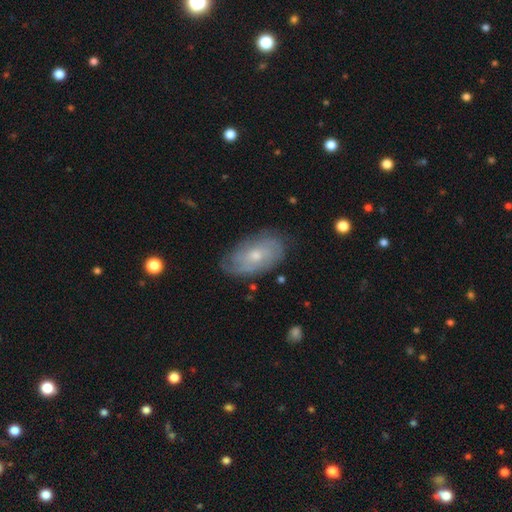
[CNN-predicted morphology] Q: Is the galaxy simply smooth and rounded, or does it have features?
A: featured or disk — 67%.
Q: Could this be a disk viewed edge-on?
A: no — 94%.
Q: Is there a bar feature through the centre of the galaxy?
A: no — 76%.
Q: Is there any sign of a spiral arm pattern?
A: yes — 85%.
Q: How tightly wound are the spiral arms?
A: tight — 62%.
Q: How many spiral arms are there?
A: can't tell — 52%.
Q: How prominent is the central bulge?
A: small — 53%.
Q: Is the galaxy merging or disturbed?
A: none — 74%.